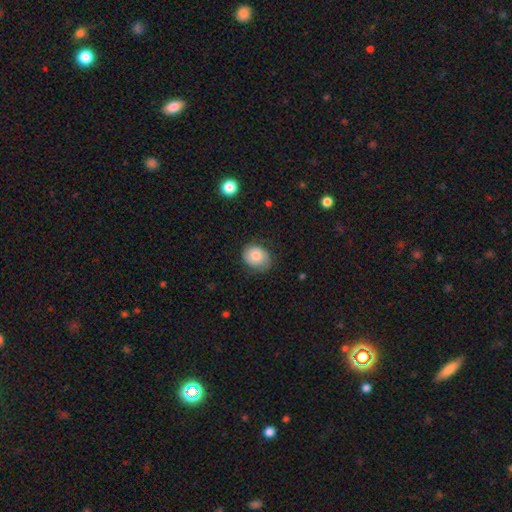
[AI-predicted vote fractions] Morphology: type=smooth (75%); roundness=round (56%); merging=none (74%).